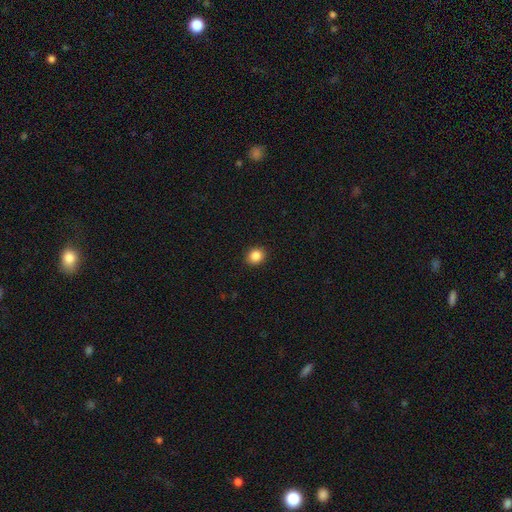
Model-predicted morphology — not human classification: Smooth or featured: smooth — 86% (star or artifact — 10%)
How rounded: round — 75% (in between — 24%)
Merging: none — 91% (minor disturbance — 6%)